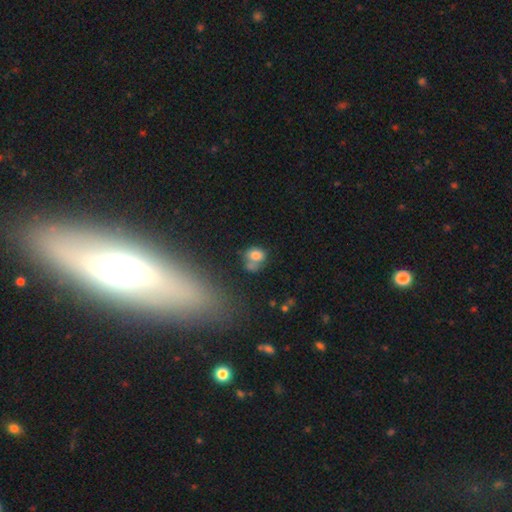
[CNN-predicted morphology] smooth-or-featured: smooth: 75% | featured or disk: 13% | star or artifact: 12%
  how-rounded: round: 56% | in between: 43% | cigar-shaped: 1%
  merging: none: 41% | merger: 33% | minor disturbance: 17% | major disturbance: 9%